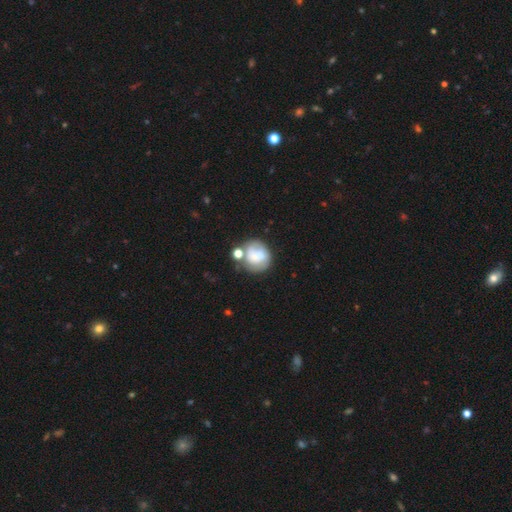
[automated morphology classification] Smooth or featured?
  - smooth: 50% *
  - featured or disk: 41%
  - star or artifact: 9%
Merging?
  - none: 45% *
  - merger: 25%
  - minor disturbance: 19%
  - major disturbance: 11%